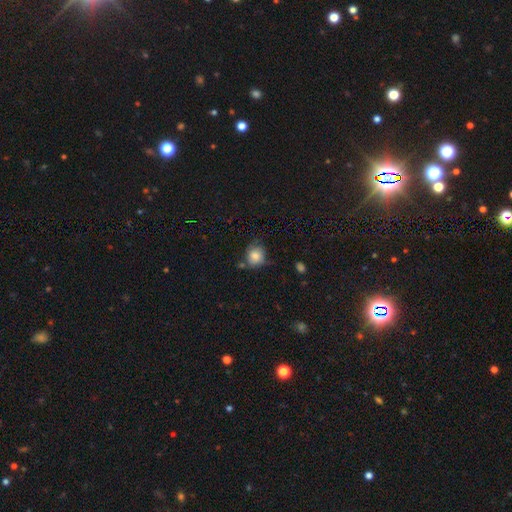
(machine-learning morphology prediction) This appears to be a smooth galaxy with no disk features (78%) that is round (74%). Merging: none (58%).